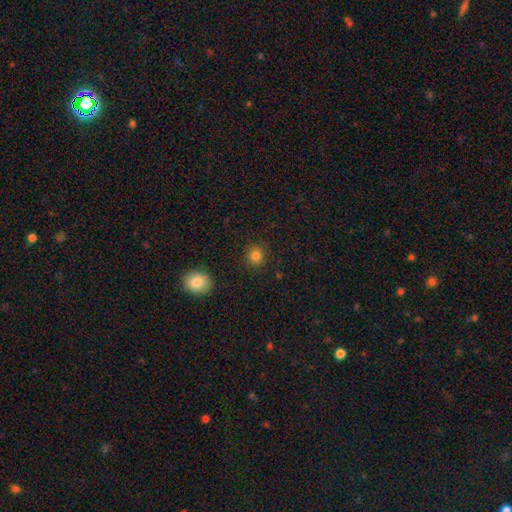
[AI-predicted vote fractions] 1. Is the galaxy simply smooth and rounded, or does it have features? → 83% smooth, 13% star or artifact, 5% featured or disk.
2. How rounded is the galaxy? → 88% round, 11% in between, 1% cigar-shaped.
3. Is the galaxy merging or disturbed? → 89% none, 7% minor disturbance, 2% major disturbance, 2% merger.